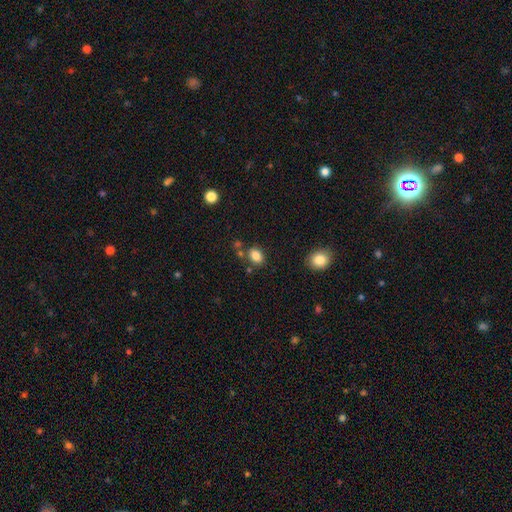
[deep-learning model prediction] Smooth or featured?
  - smooth: 84% *
  - star or artifact: 11%
  - featured or disk: 6%
How rounded?
  - in between: 69% *
  - round: 30%
  - cigar-shaped: 1%
Merging?
  - none: 74% *
  - minor disturbance: 13%
  - merger: 10%
  - major disturbance: 4%